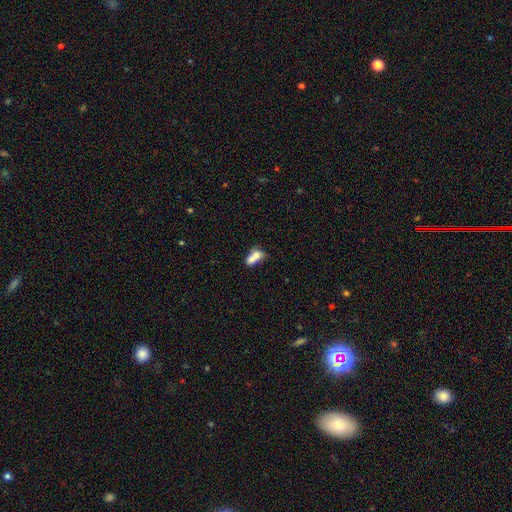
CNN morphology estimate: Smooth or featured?
  - smooth: 69% *
  - featured or disk: 21%
  - star or artifact: 9%
How rounded?
  - in between: 73% *
  - round: 20%
  - cigar-shaped: 7%
Merging?
  - merger: 63% *
  - none: 20%
  - minor disturbance: 10%
  - major disturbance: 7%